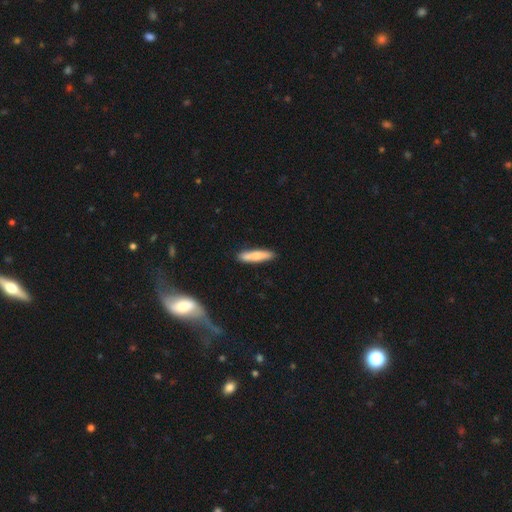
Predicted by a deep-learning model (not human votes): Overall: smooth (72%). How rounded: cigar-shaped (87%). Merging: none (88%).